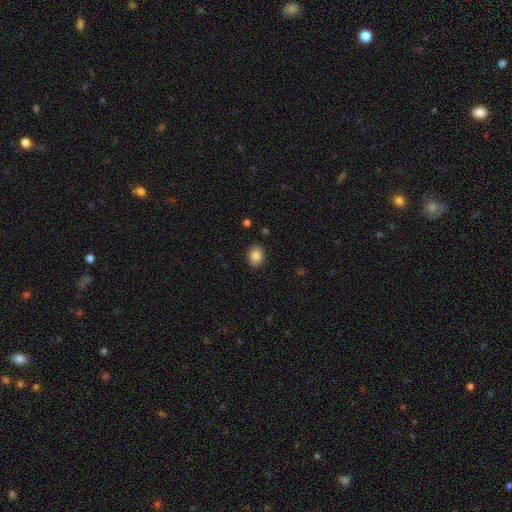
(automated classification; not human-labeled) Smooth or featured?
  - smooth: 86% *
  - star or artifact: 9%
  - featured or disk: 6%
How rounded?
  - in between: 55% *
  - round: 44%
  - cigar-shaped: 1%
Merging?
  - none: 89% *
  - minor disturbance: 8%
  - major disturbance: 2%
  - merger: 1%